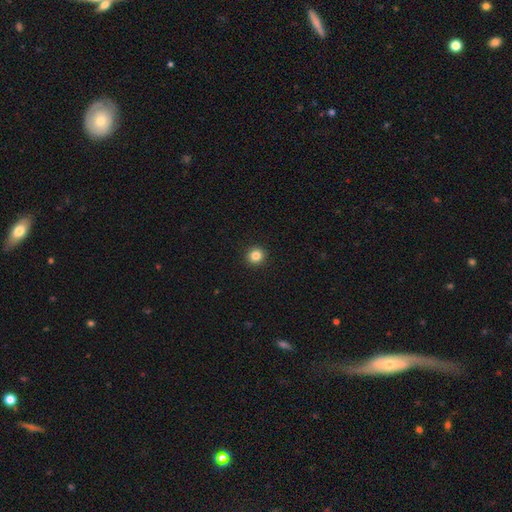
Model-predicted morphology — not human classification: Smooth or featured?
  - smooth: 84% *
  - star or artifact: 11%
  - featured or disk: 5%
How rounded?
  - round: 92% *
  - in between: 7%
  - cigar-shaped: 1%
Merging?
  - none: 93% *
  - minor disturbance: 4%
  - major disturbance: 2%
  - merger: 1%